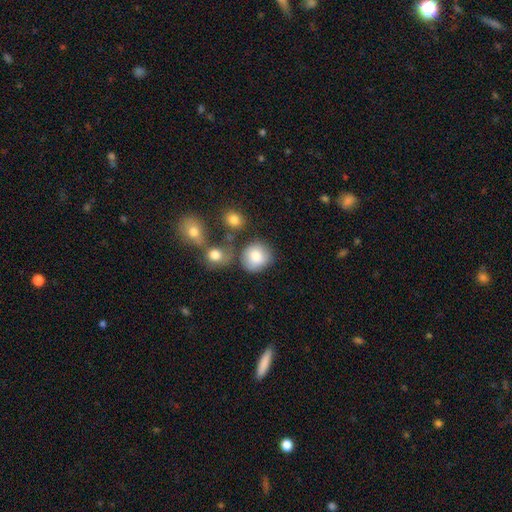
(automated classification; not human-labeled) This is likely a smooth galaxy (80%). How rounded: clearly round (83%). Merging: likely none (65%).